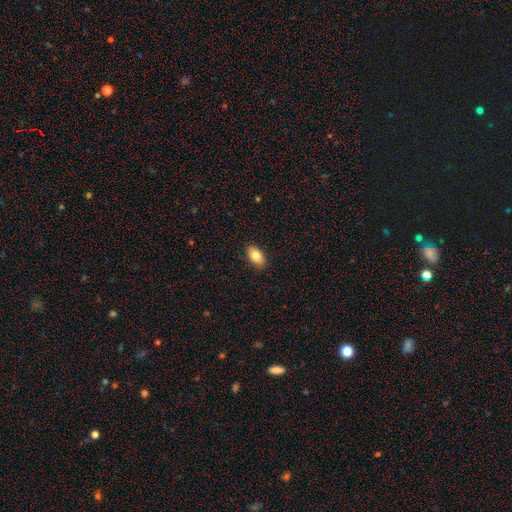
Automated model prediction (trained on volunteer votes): Smooth or featured?
  - smooth: 83% *
  - featured or disk: 10%
  - star or artifact: 7%
How rounded?
  - in between: 93% *
  - round: 4%
  - cigar-shaped: 3%
Merging?
  - none: 89% *
  - minor disturbance: 8%
  - major disturbance: 2%
  - merger: 1%